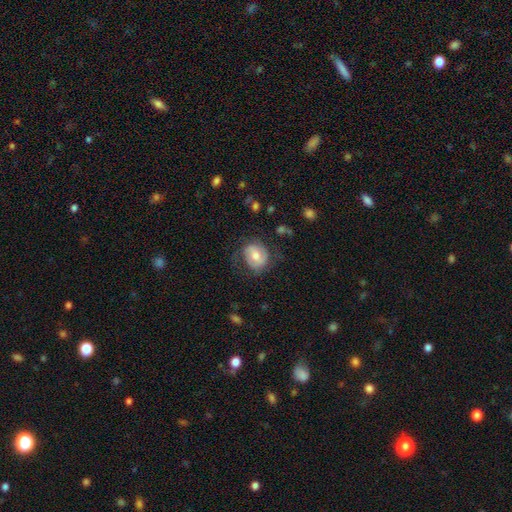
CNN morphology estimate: The model was most divided on "smooth or featured": smooth: 53%, featured or disk: 40%, star or artifact: 7%. More confident: merging — none (62%); how rounded — round (58%).